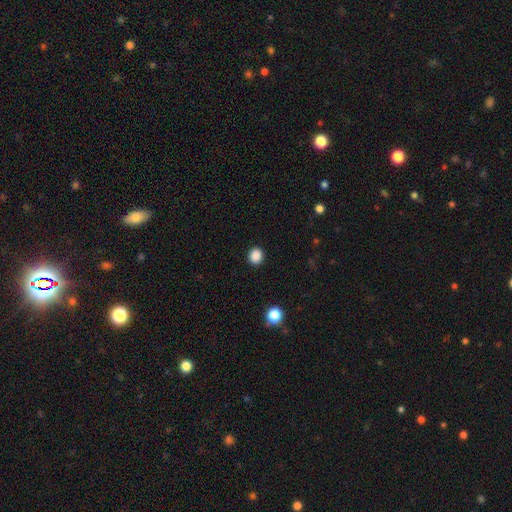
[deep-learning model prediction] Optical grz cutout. It shows a smooth galaxy with no disk features (88%) that is round (81%). Merging: none (92%).